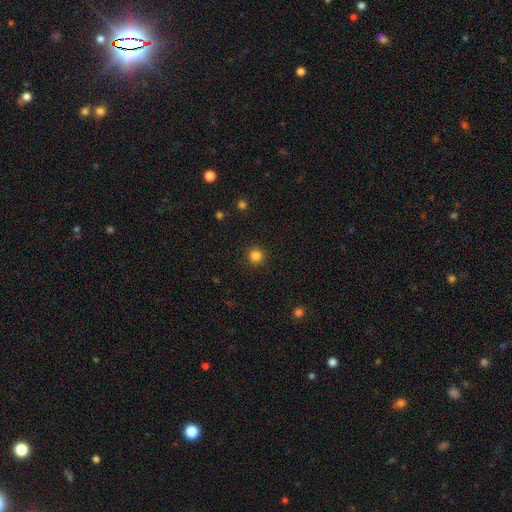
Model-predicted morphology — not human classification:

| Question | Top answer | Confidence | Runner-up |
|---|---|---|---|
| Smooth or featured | smooth | 84% | star or artifact (12%) |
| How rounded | round | 95% | in between (4%) |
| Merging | none | 92% | minor disturbance (5%) |